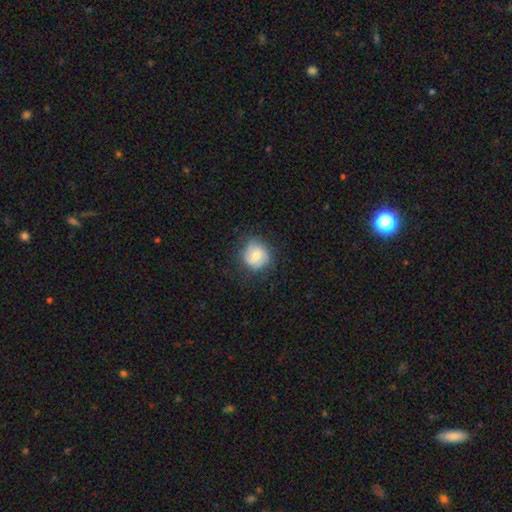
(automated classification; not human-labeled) Q: Smooth or featured?
A: smooth (62%); runner-up: featured or disk (30%)
Q: How rounded?
A: round (85%); runner-up: in between (14%)
Q: Merging?
A: none (72%); runner-up: minor disturbance (20%)